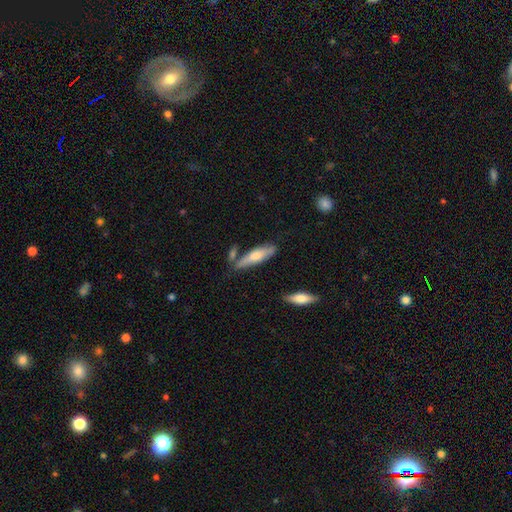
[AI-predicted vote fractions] The model was most divided on "smooth or featured": smooth: 56%, featured or disk: 37%, star or artifact: 7%. More confident: merging — none (70%); how rounded — cigar-shaped (66%).